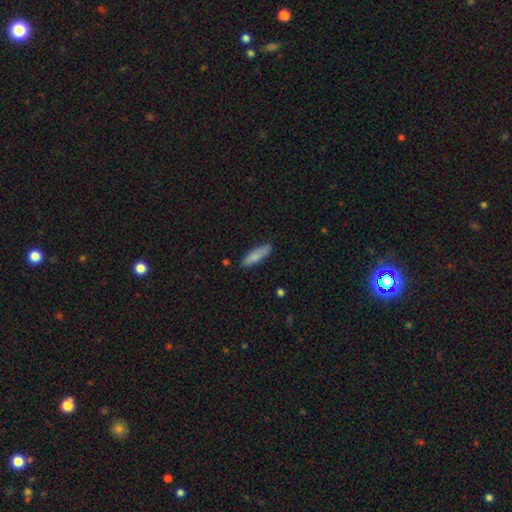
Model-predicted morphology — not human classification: Smooth or featured? Predicted: smooth (p=0.83). How rounded? Predicted: cigar-shaped (p=0.62). Merging? Predicted: none (p=0.84).